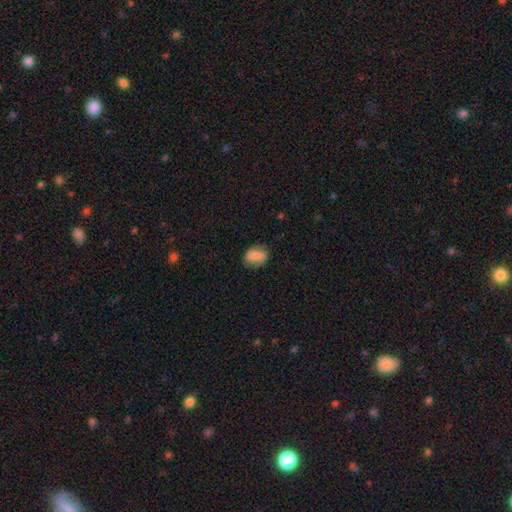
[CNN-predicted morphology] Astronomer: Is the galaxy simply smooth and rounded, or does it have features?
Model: smooth — 65%.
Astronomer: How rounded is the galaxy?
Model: in between — 73%.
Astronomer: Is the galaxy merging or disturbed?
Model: none — 73%.